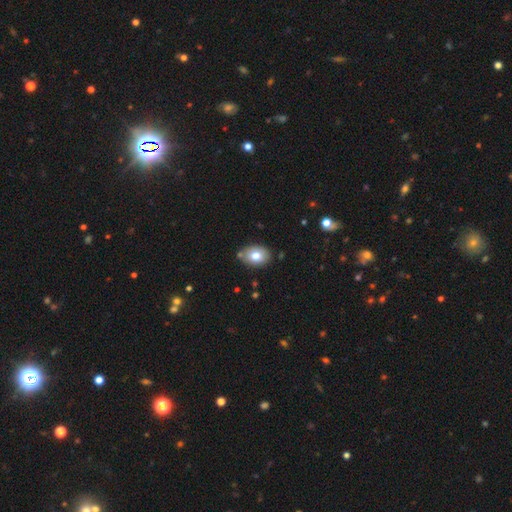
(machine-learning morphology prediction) smooth_or_featured: smooth (p=0.77) [alt: featured or disk p=0.15]
how_rounded: in between (p=0.77) [alt: round p=0.22]
merging: none (p=0.79) [alt: minor disturbance p=0.14]